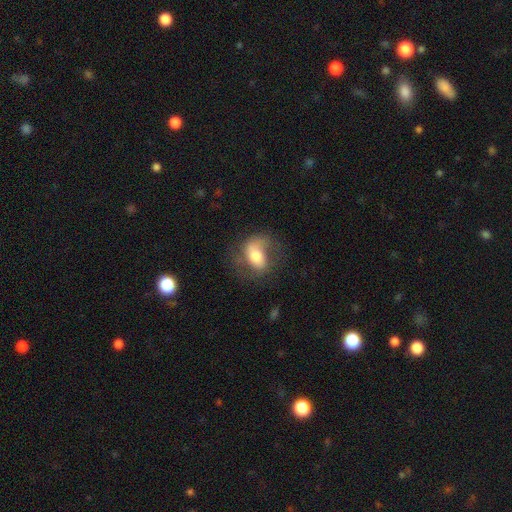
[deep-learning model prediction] Smooth or featured: smooth — 53% (featured or disk — 39%)
How rounded: in between — 77% (round — 20%)
Merging: none — 53% (minor disturbance — 24%)